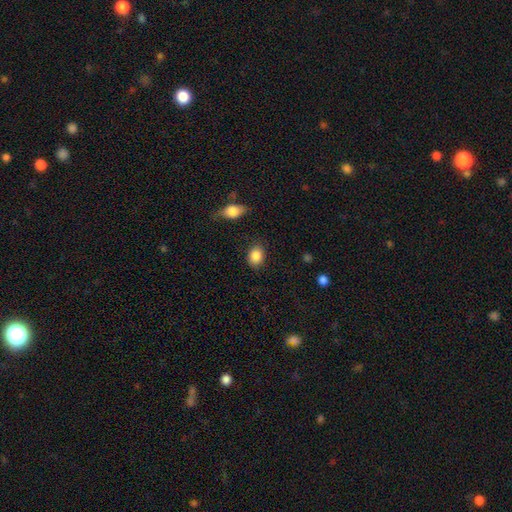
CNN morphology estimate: smooth 87%, star or artifact 8%, featured or disk 5%. Down the decision tree: how rounded — in between (59%); merging — none (84%).